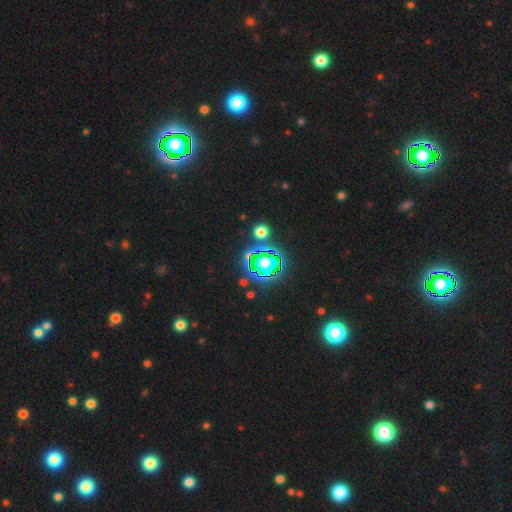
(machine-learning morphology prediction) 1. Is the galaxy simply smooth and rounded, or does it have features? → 60% star or artifact, 25% smooth, 15% featured or disk.